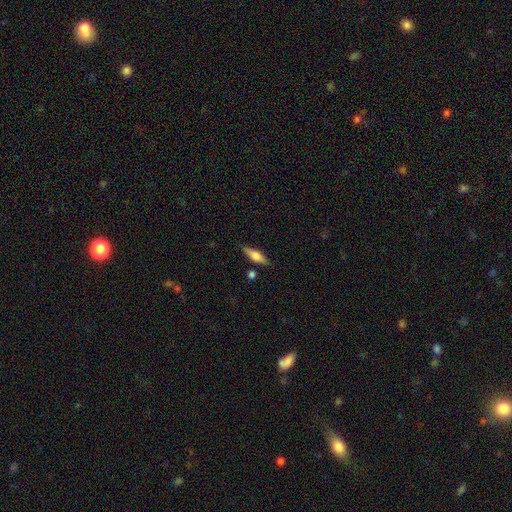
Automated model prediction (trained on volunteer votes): Smooth or featured? smooth (54%)
How rounded? cigar-shaped (50%)
Merging? none (80%)